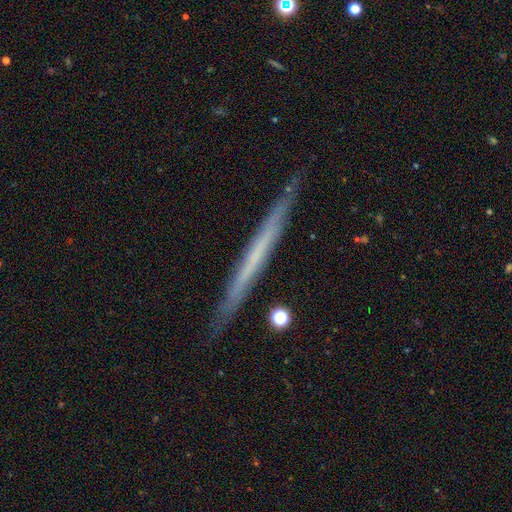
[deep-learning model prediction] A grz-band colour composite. It shows a featured or disk galaxy (56%) viewed edge-on (96%) with no central bulge (92%). Merging: none (89%).